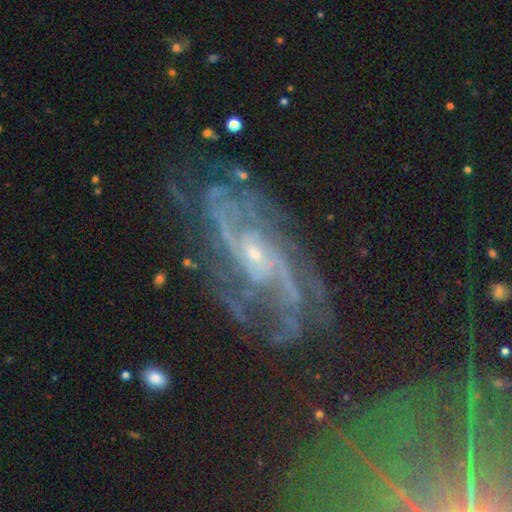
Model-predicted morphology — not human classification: Q: Smooth or featured?
A: featured or disk (82%); runner-up: star or artifact (12%)
Q: Edge-on disk?
A: no (94%); runner-up: yes (6%)
Q: Bar?
A: no (60%); runner-up: weak (31%)
Q: Spiral arms?
A: yes (96%); runner-up: no (4%)
Q: Spiral winding?
A: medium (44%); runner-up: tight (37%)
Q: Spiral arm count?
A: can't tell (27%); runner-up: 2 (26%)
Q: Bulge size?
A: small (77%); runner-up: moderate (17%)
Q: Merging?
A: none (67%); runner-up: minor disturbance (17%)